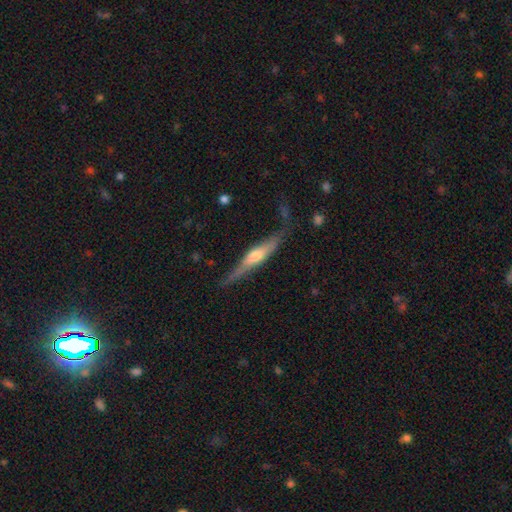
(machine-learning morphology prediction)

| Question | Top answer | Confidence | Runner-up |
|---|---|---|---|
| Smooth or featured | featured or disk | 63% | smooth (32%) |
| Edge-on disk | yes | 87% | no (13%) |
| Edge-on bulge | rounded | 76% | boxy (13%) |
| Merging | none | 59% | minor disturbance (26%) |